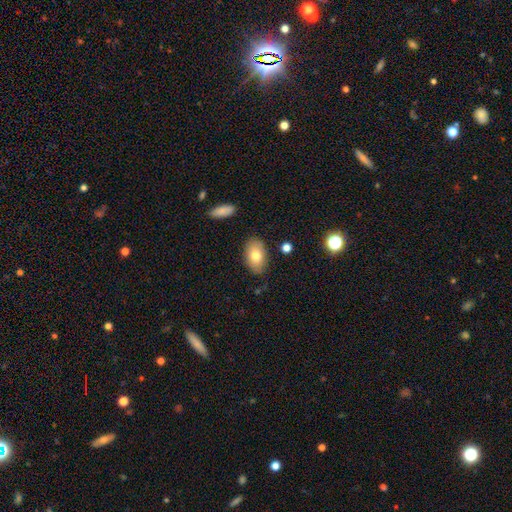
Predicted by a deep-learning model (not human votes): This is likely a smooth galaxy (76%). How rounded: clearly in between (90%). Merging: clearly none (84%).